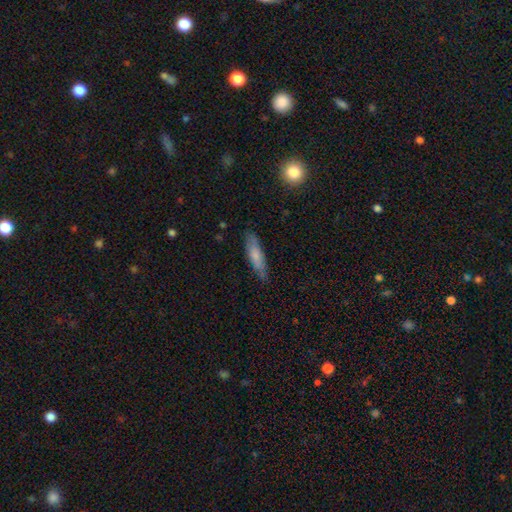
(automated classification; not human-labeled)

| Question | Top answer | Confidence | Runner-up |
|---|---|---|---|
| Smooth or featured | smooth | 70% | featured or disk (24%) |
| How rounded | cigar-shaped | 70% | in between (29%) |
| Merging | none | 78% | minor disturbance (17%) |